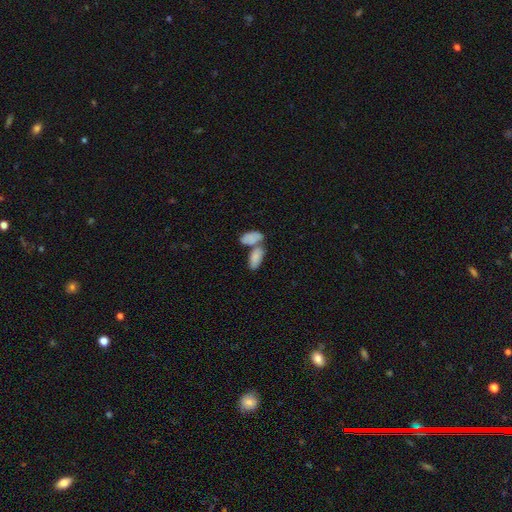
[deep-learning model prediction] This appears to be a smooth galaxy with no disk features (82%) that is in between round and cigar-shaped (92%). Merging: merger (51%).